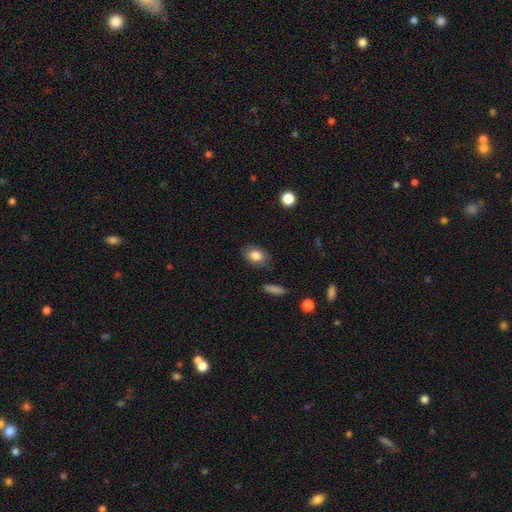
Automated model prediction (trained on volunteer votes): The model was most divided on "how rounded": in between: 80%, round: 19%, cigar-shaped: 2%. More confident: smooth or featured — smooth (80%); merging — none (79%).